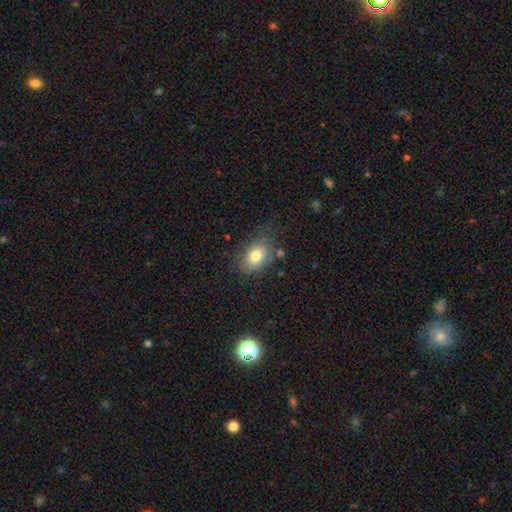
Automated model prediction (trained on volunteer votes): A smooth galaxy with no disk features (74%) that is in between round and cigar-shaped (81%).

Vote fractions:
- Smooth or featured? smooth: 74% / featured or disk: 18% / star or artifact: 9%
- How rounded? in between: 81% / round: 18% / cigar-shaped: 1%
- Merging? none: 68% / minor disturbance: 21% / major disturbance: 8% / merger: 3%